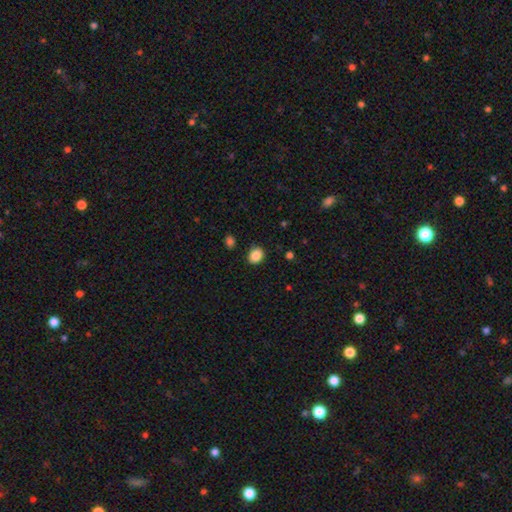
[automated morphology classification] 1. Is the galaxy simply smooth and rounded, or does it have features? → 87% smooth, 9% star or artifact, 4% featured or disk.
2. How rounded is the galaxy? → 58% round, 41% in between, 1% cigar-shaped.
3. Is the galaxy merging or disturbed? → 84% none, 11% minor disturbance, 3% major disturbance, 2% merger.